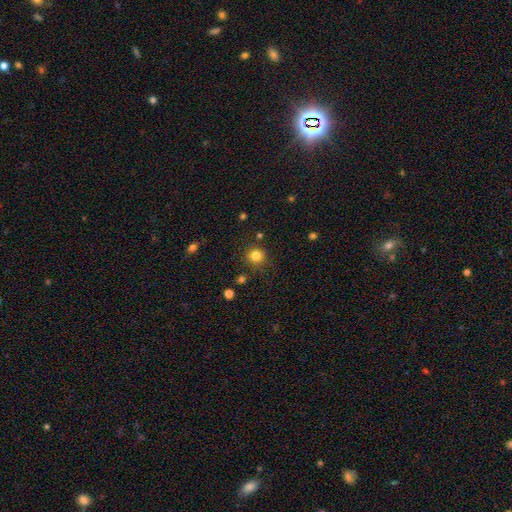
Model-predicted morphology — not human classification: A smooth galaxy with no disk features (83%) that is round (90%). Merging: none (86%).